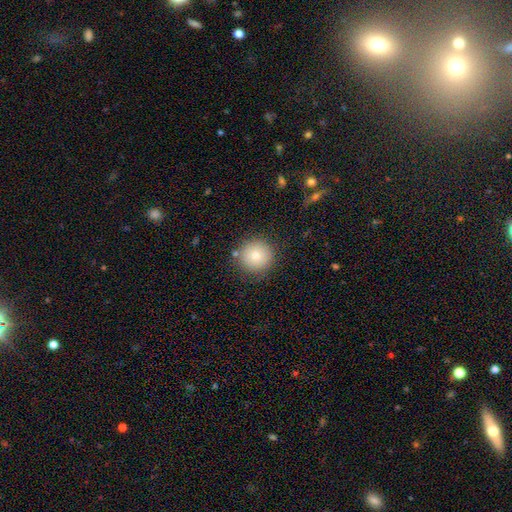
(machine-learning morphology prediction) This is likely a smooth galaxy (78%). How rounded: clearly round (95%). Merging: clearly none (84%).